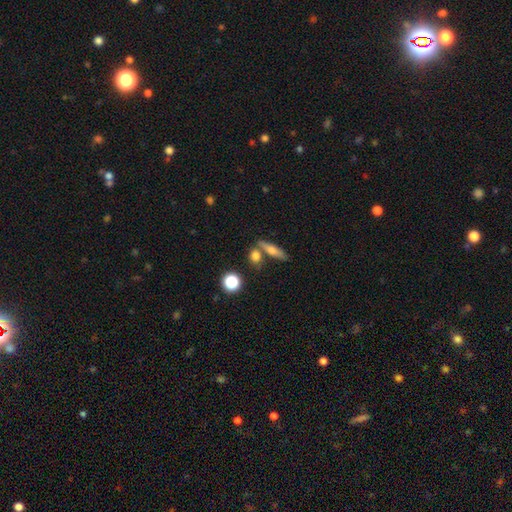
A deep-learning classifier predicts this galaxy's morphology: smooth-or-featured: smooth: 71% | featured or disk: 18% | star or artifact: 11%
  how-rounded: in between: 36% (tied) | round: 36% (tied) | cigar-shaped: 28%
  merging: none: 65% | merger: 22% | minor disturbance: 10% | major disturbance: 4%